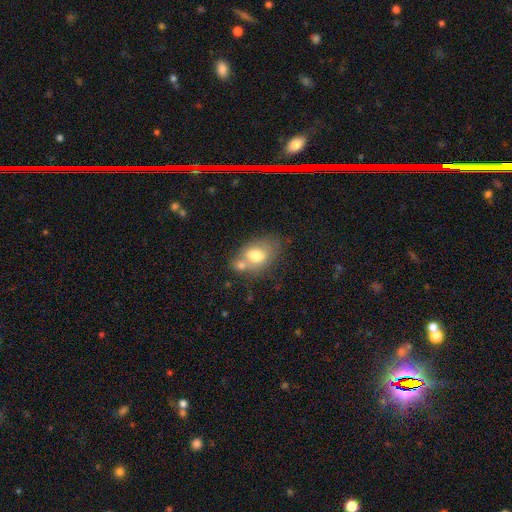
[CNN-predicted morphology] Smooth or featured?
  - smooth: 71% *
  - featured or disk: 21%
  - star or artifact: 8%
How rounded?
  - in between: 80% *
  - round: 19%
  - cigar-shaped: 2%
Merging?
  - none: 41% *
  - merger: 35%
  - minor disturbance: 18%
  - major disturbance: 7%